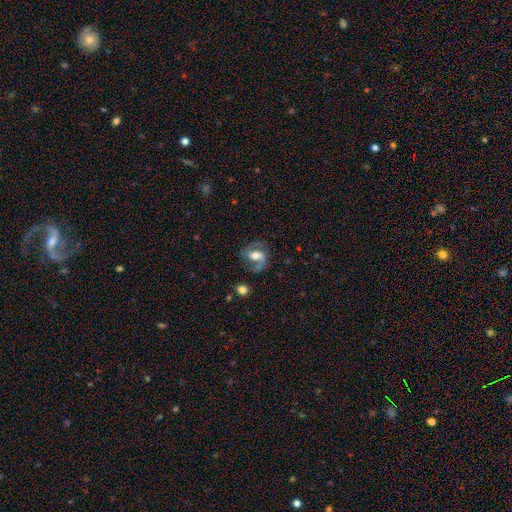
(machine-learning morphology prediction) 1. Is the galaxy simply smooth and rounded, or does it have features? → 75% featured or disk, 18% smooth, 7% star or artifact.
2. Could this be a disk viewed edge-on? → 97% no, 3% yes.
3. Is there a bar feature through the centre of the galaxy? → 44% weak, 28% no, 27% strong.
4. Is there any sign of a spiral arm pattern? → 92% yes, 8% no.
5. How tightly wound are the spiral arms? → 53% medium, 27% loose, 20% tight.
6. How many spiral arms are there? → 85% 2, 7% 1, 4% can't tell, 2% 3, 1% 4, 1% more than 4.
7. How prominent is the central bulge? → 57% moderate, 26% large, 12% small, 2% none, 2% dominant.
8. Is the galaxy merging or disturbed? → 68% none, 18% minor disturbance, 12% major disturbance, 3% merger.